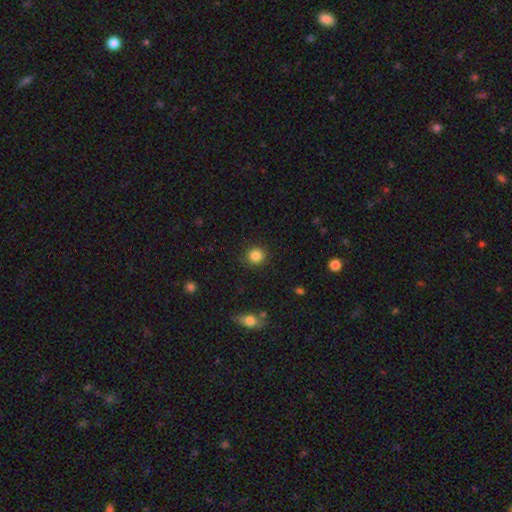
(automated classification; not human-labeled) smooth_or_featured: smooth (p=0.85) [alt: star or artifact p=0.10]
how_rounded: round (p=0.90) [alt: in between p=0.09]
merging: none (p=0.90) [alt: minor disturbance p=0.06]